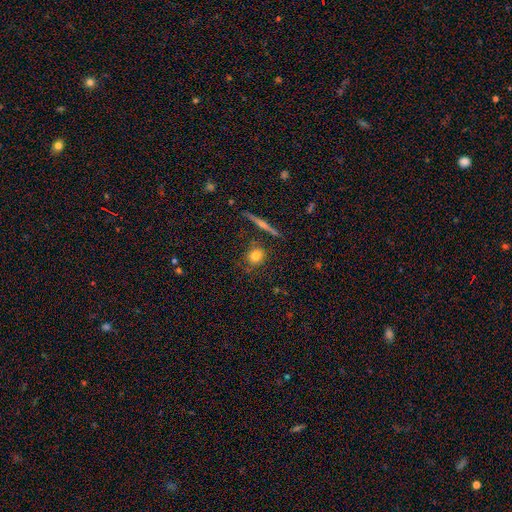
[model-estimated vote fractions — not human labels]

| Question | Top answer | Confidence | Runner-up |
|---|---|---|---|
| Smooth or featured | smooth | 76% | featured or disk (13%) |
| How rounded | round | 79% | in between (17%) |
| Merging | none | 80% | minor disturbance (11%) |